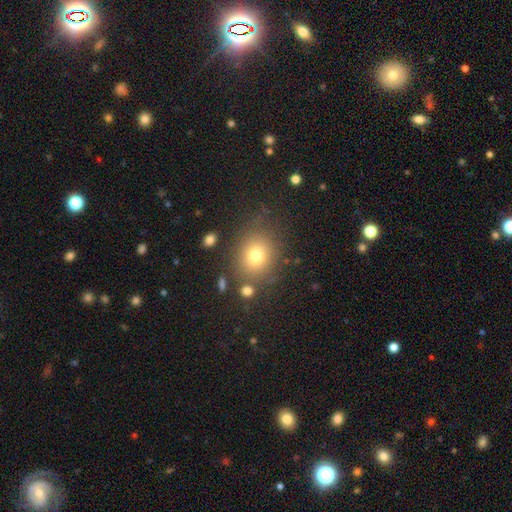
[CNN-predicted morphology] A smooth galaxy with no disk features (76%) that is round (67%).

Vote fractions:
- Smooth or featured? smooth: 76% / star or artifact: 15% / featured or disk: 9%
- How rounded? round: 67% / in between: 32% / cigar-shaped: 1%
- Merging? none: 80% / minor disturbance: 11% / merger: 5% / major disturbance: 4%